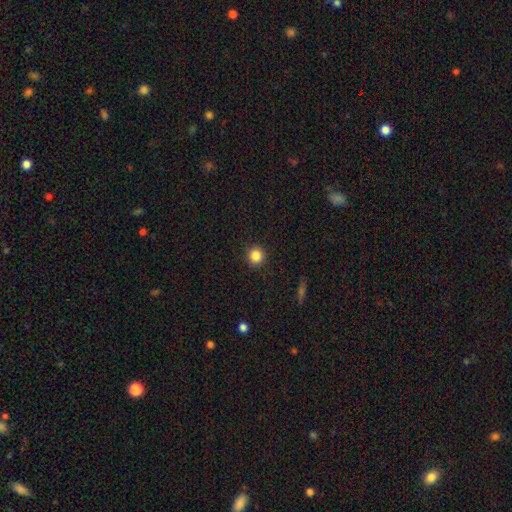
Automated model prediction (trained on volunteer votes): Smooth or featured?
  - smooth: 84% *
  - star or artifact: 11%
  - featured or disk: 5%
How rounded?
  - round: 94% *
  - in between: 5%
  - cigar-shaped: 1%
Merging?
  - none: 92% *
  - minor disturbance: 5%
  - major disturbance: 2%
  - merger: 1%